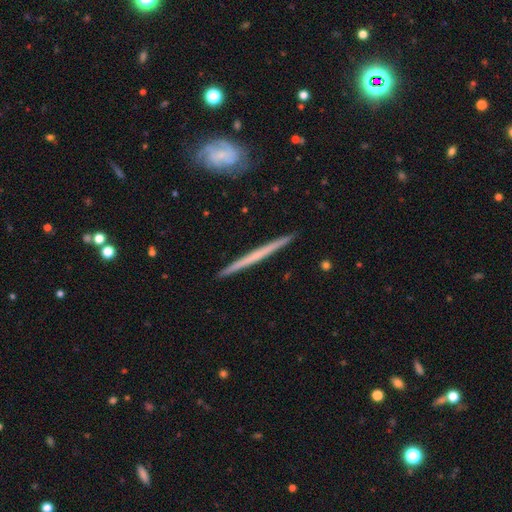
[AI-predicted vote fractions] Overall: featured or disk (60%; smooth 34%). Edge-on disk: yes (97%). Edge-on bulge: none (87%). Merging: none (92%).